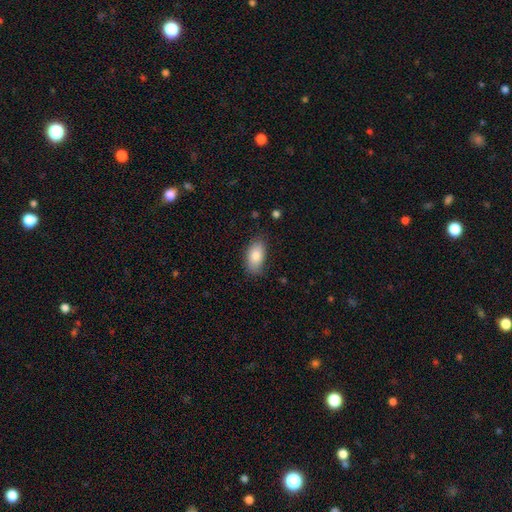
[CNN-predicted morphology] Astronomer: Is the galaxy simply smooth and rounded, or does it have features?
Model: smooth — 85%.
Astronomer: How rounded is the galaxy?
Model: in between — 93%.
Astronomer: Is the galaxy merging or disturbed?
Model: none — 78%.